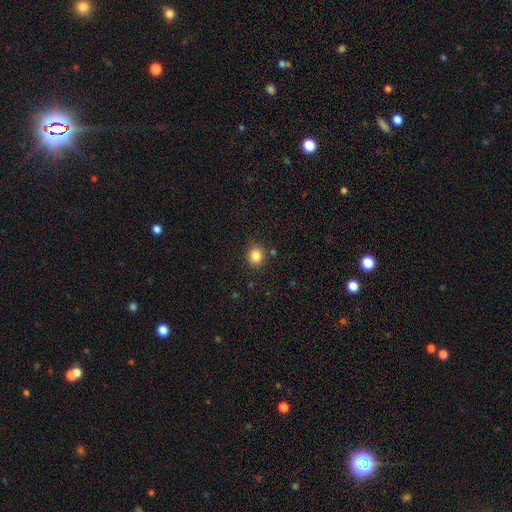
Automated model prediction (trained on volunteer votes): A smooth galaxy with no disk features (85%) that is round (81%). Merging: none (85%).